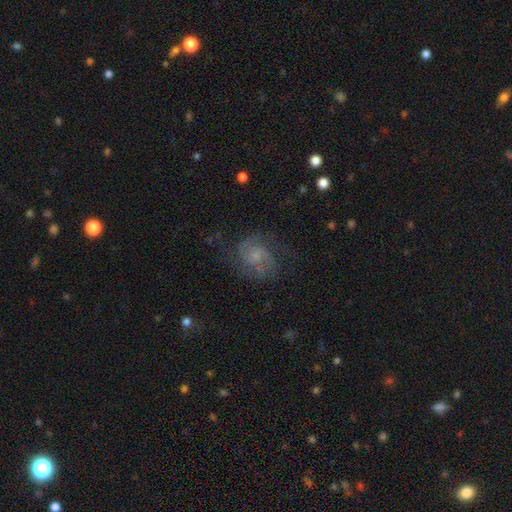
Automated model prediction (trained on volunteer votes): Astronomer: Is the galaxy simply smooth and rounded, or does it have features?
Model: featured or disk — 72%.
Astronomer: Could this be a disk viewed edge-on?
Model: no — 98%.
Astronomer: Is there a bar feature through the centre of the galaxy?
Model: no — 66%.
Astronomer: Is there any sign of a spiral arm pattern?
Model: yes — 93%.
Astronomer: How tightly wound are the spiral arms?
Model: medium — 51% (runner-up: tight, 31%).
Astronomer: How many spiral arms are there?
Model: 2 — 75%.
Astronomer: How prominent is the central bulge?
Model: small — 54%.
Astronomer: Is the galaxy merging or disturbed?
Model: none — 70%.